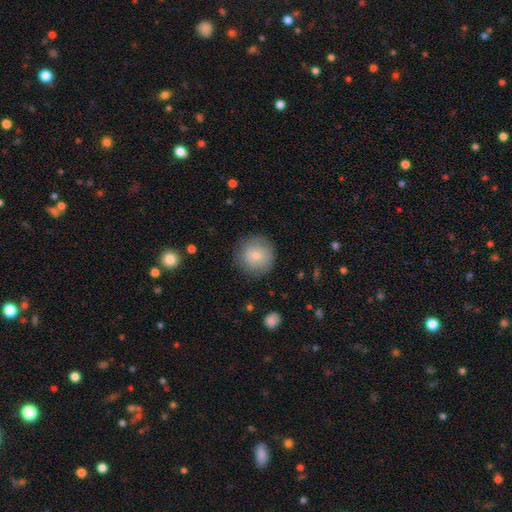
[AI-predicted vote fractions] The model was most divided on "smooth or featured": smooth: 74%, featured or disk: 19%, star or artifact: 8%. More confident: how rounded — round (93%); merging — none (83%).